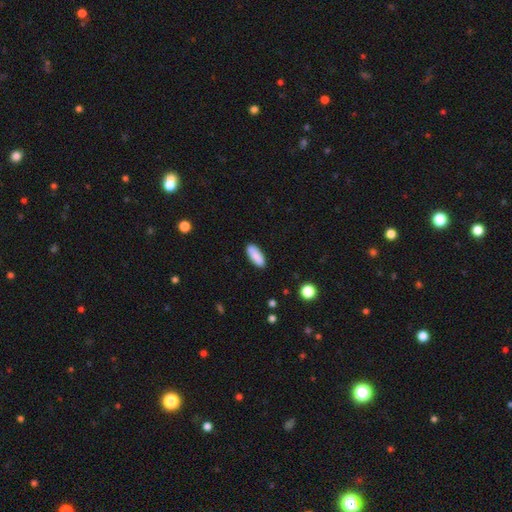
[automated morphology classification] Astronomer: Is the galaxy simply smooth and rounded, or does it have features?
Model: smooth — 88%.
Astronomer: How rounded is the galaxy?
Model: in between — 75%.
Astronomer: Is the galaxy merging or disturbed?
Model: none — 85%.